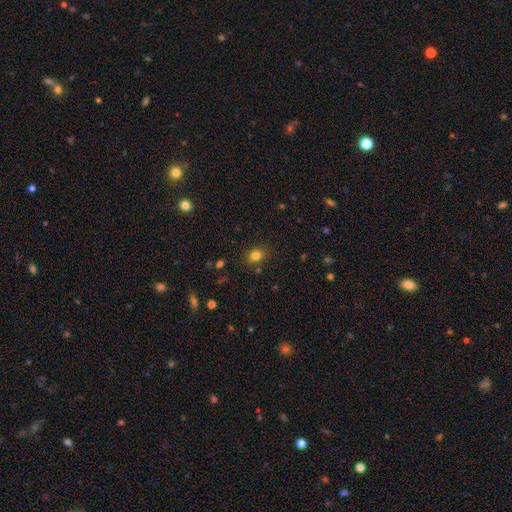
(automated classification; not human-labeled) Overall: smooth (79%). How rounded: round (55%; in between 44%). Merging: none (83%).